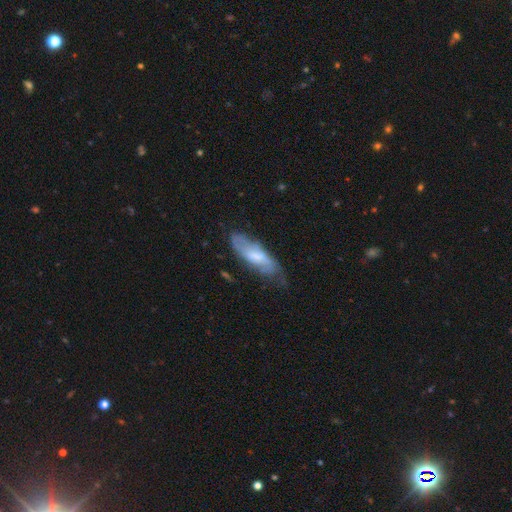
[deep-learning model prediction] This appears to be a featured or disk galaxy (49%). Merging: none (59%).